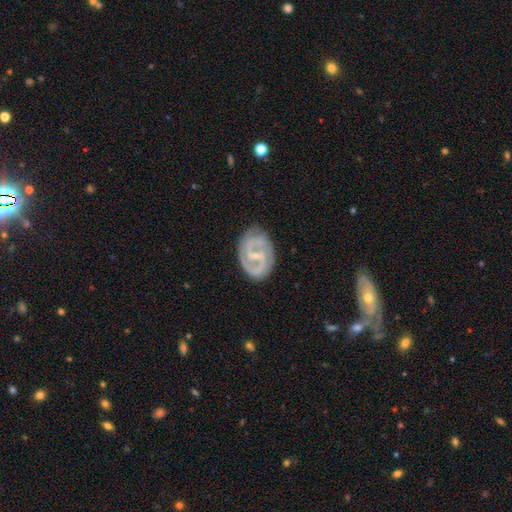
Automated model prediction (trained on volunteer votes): Smooth or featured?
  - featured or disk: 89% *
  - smooth: 6%
  - star or artifact: 5%
Edge-on disk?
  - no: 97% *
  - yes: 3%
Bar?
  - weak: 50% *
  - strong: 26%
  - no: 24%
Spiral arms?
  - yes: 97% *
  - no: 3%
Spiral winding?
  - medium: 46% *
  - tight: 45%
  - loose: 10%
Spiral arm count?
  - 2: 86% *
  - can't tell: 5%
  - 3: 5%
  - 1: 2%
  - 4: 1%
  - more than 4: 1%
Bulge size?
  - small: 69% *
  - moderate: 20%
  - none: 9%
  - large: 1%
  - dominant: 1%
Merging?
  - none: 80% *
  - minor disturbance: 15%
  - major disturbance: 4%
  - merger: 1%